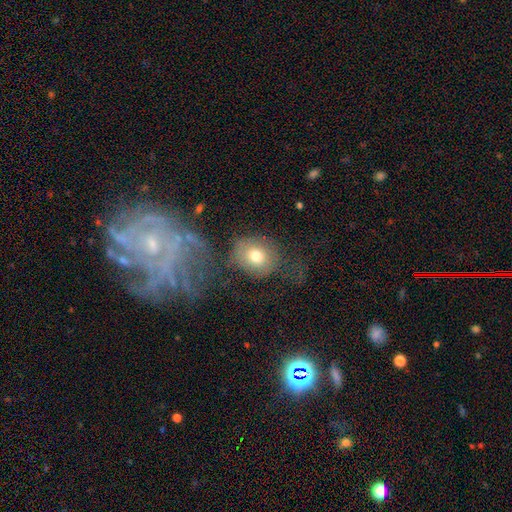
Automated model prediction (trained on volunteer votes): The model was most divided on "how rounded": round: 66%, in between: 33%, cigar-shaped: 1%. More confident: smooth or featured — smooth (71%); merging — none (56%).